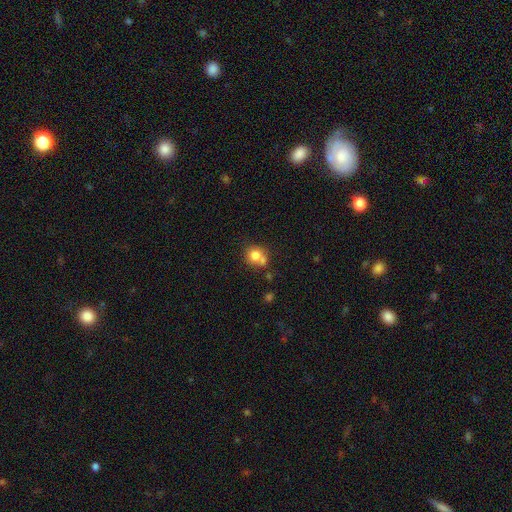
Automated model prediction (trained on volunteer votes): Overall: smooth (77%). How rounded: round (84%). Merging: none (48%; merger 35%).